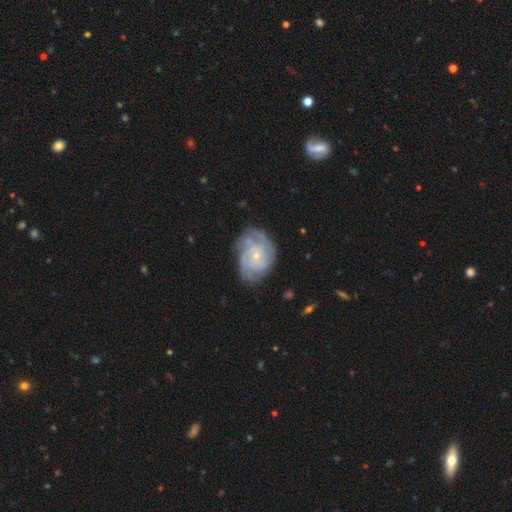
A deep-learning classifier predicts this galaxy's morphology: The model was most divided on "spiral arm count": can't tell: 35%, 3: 21%, 4: 18%, 2: 14%, more than 4: 6%, 1: 6%. More confident: edge-on disk — no (97%); spiral arms — yes (92%); smooth or featured — featured or disk (80%); bar — no (76%); bulge size — small (75%); merging — none (68%); spiral winding — tight (63%).